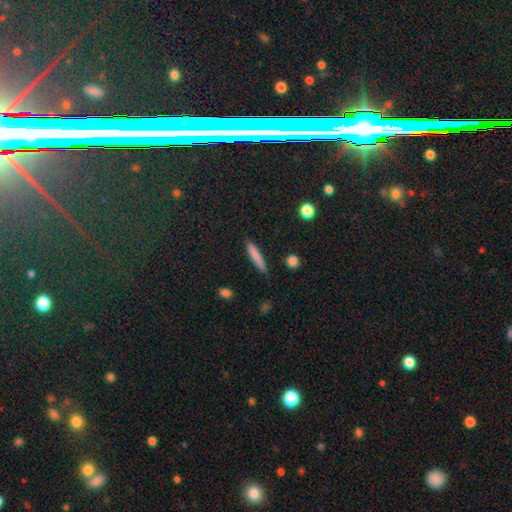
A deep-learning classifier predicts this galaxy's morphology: Smooth or featured?
  - smooth: 78% *
  - featured or disk: 16%
  - star or artifact: 7%
How rounded?
  - cigar-shaped: 93% *
  - in between: 6%
  - round: 2%
Merging?
  - none: 88% *
  - minor disturbance: 8%
  - major disturbance: 2%
  - merger: 2%